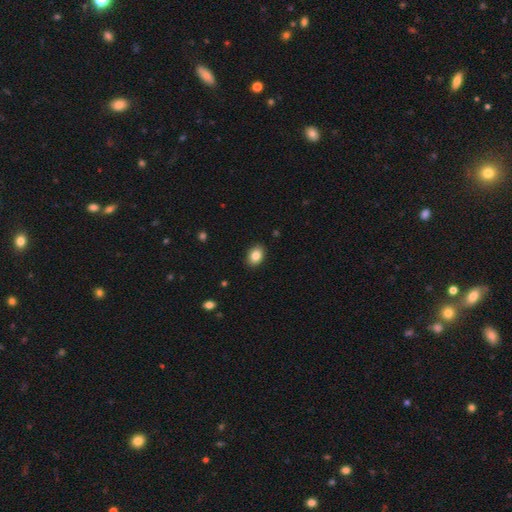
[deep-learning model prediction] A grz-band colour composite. It shows a smooth galaxy with no disk features (84%) that is in between round and cigar-shaped (74%). Merging: none (90%).